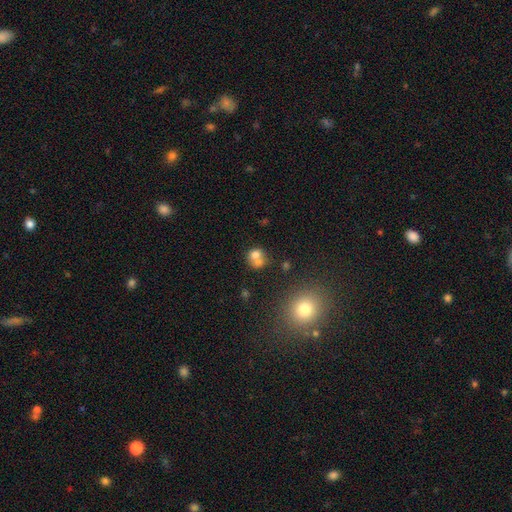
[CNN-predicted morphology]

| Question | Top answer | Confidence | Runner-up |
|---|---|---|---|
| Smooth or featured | smooth | 71% | featured or disk (17%) |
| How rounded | round | 74% | in between (25%) |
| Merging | merger | 55% | none (33%) |